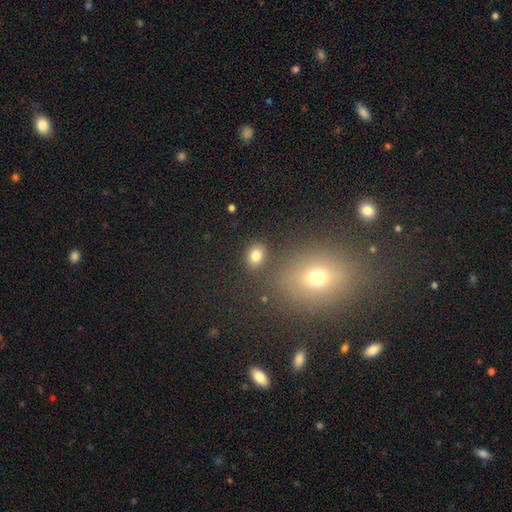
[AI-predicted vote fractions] The model was most divided on "how rounded": round: 50%, in between: 49%, cigar-shaped: 1%. More confident: merging — none (81%); smooth or featured — smooth (79%).